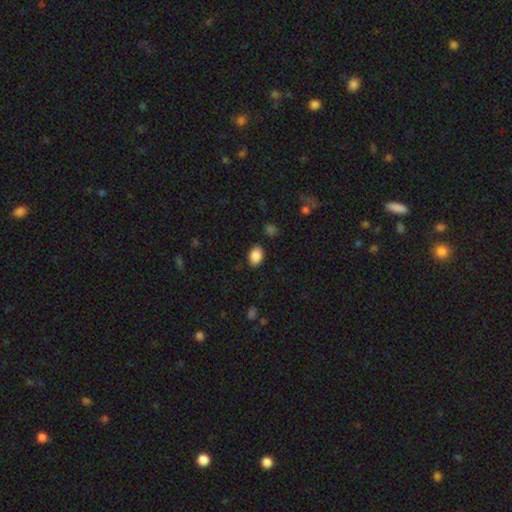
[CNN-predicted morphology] A smooth galaxy with no disk features (88%) that is in between round and cigar-shaped (78%).

Vote fractions:
- Smooth or featured? smooth: 88% / star or artifact: 8% / featured or disk: 4%
- How rounded? in between: 78% / round: 21% / cigar-shaped: 1%
- Merging? none: 86% / minor disturbance: 9% / major disturbance: 3% / merger: 2%